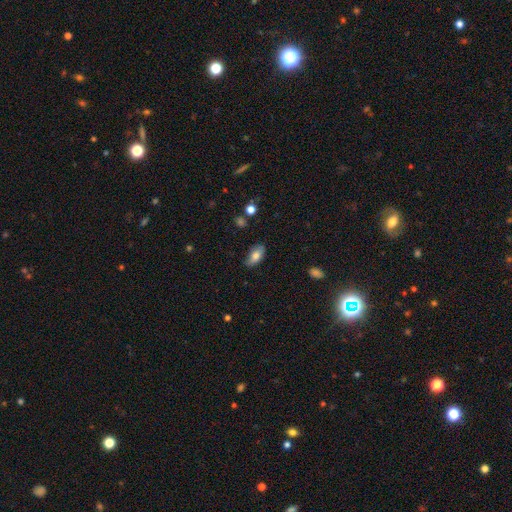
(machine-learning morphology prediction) Q: Smooth or featured?
A: smooth (78%); runner-up: featured or disk (14%)
Q: How rounded?
A: in between (90%); runner-up: cigar-shaped (6%)
Q: Merging?
A: none (77%); runner-up: minor disturbance (18%)